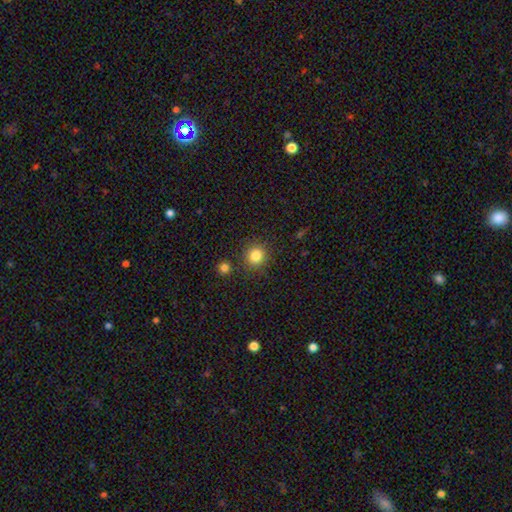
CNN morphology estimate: Smooth or featured: smooth — 84% (star or artifact — 11%)
How rounded: round — 89% (in between — 10%)
Merging: none — 86% (minor disturbance — 7%)